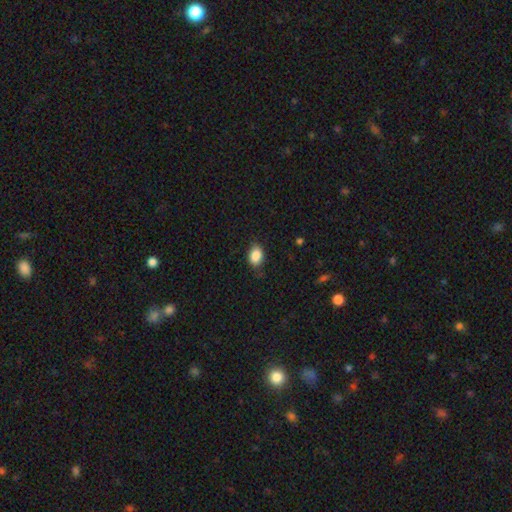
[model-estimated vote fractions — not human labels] A smooth galaxy with no disk features (87%) that is in between round and cigar-shaped (77%).

Vote fractions:
- Smooth or featured? smooth: 87% / star or artifact: 8% / featured or disk: 5%
- How rounded? in between: 77% / round: 22% / cigar-shaped: 1%
- Merging? none: 77% / minor disturbance: 18% / major disturbance: 4% / merger: 1%